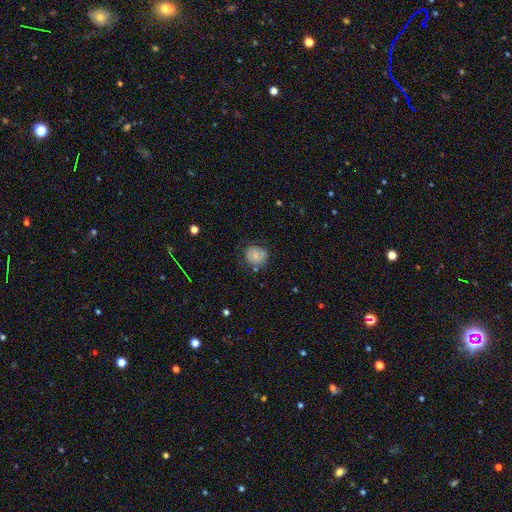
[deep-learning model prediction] Smooth or featured? Predicted: smooth (p=0.74). How rounded? Predicted: round (p=0.79). Merging? Predicted: none (p=0.64).